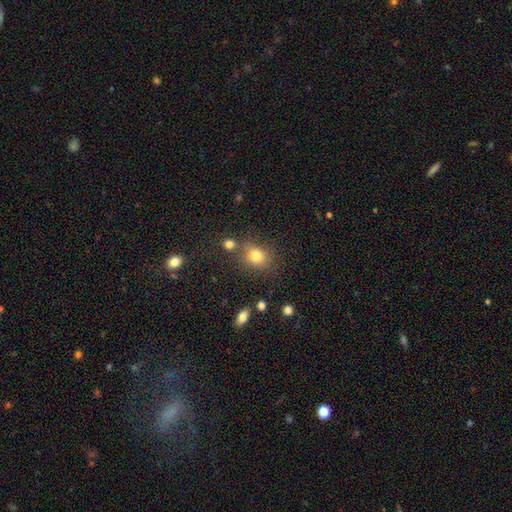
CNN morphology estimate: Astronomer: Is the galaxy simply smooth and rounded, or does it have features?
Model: smooth — 78%.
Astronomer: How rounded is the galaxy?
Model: round — 59% (runner-up: in between, 39%).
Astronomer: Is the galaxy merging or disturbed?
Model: none — 70%.